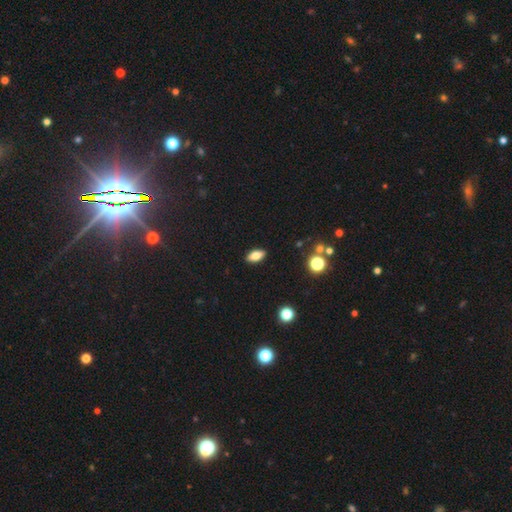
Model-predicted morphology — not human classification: Overall: smooth (76%). How rounded: in between (86%). Merging: none (90%).